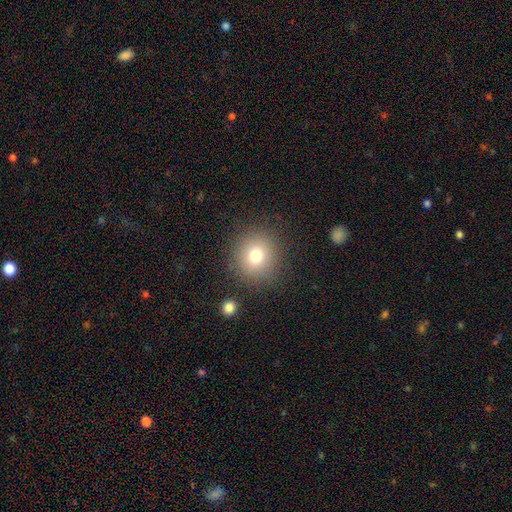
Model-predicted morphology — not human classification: The model was most divided on "smooth or featured": smooth: 76%, star or artifact: 14%, featured or disk: 11%. More confident: how rounded — round (87%); merging — none (86%).